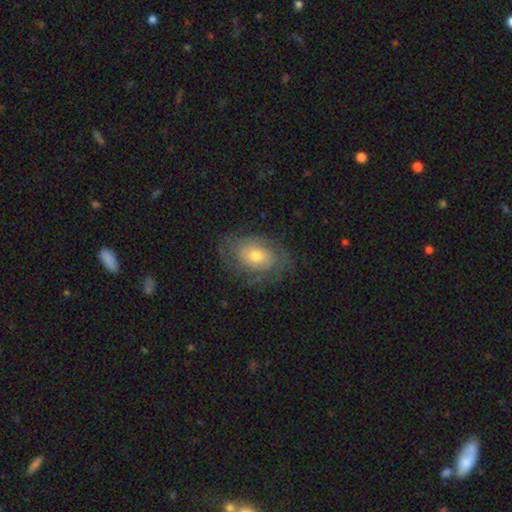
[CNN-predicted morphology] Overall: featured or disk (58%; smooth 34%). Edge-on disk: no (95%). Bar: no (80%). Spiral arms: yes (73%). Bulge size: moderate (64%; small 27%). Merging: none (71%).